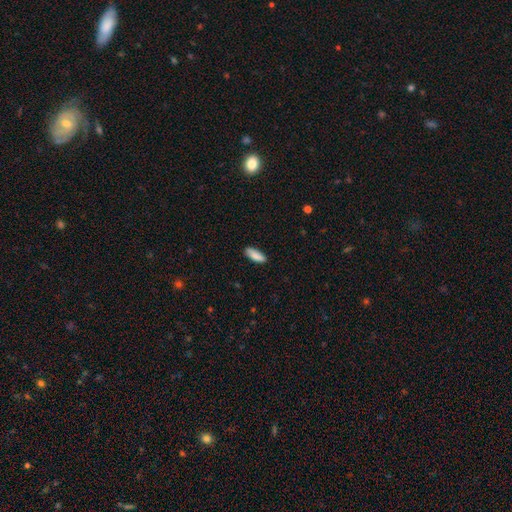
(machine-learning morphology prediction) Q: Smooth or featured?
A: smooth (88%); runner-up: featured or disk (6%)
Q: How rounded?
A: in between (63%); runner-up: cigar-shaped (35%)
Q: Merging?
A: none (85%); runner-up: minor disturbance (11%)